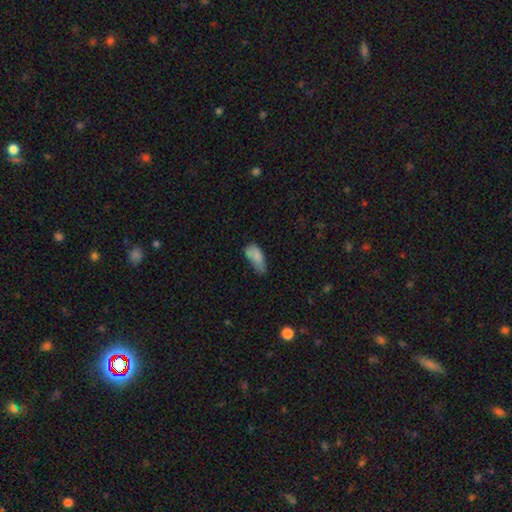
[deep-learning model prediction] Smooth or featured? smooth (79%)
How rounded? in between (84%)
Merging? minor disturbance (39%)